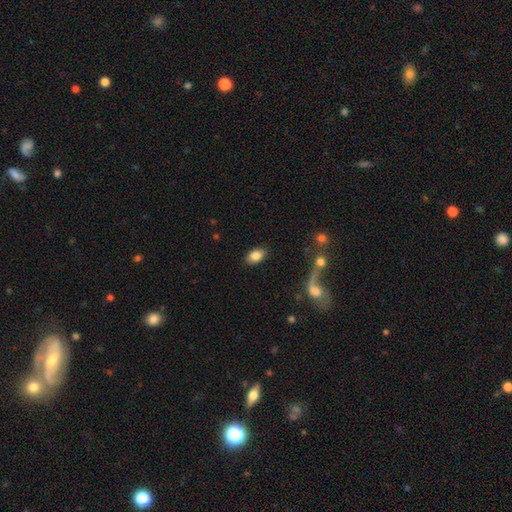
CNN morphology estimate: smooth 82%, featured or disk 10%, star or artifact 7%. Down the decision tree: how rounded — in between (90%); merging — none (86%).